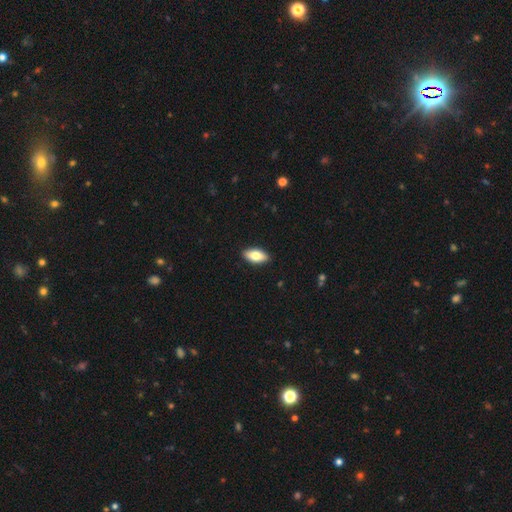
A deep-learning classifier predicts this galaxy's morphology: A smooth galaxy with no disk features (74%) that is in between round and cigar-shaped (87%). Merging: none (90%).